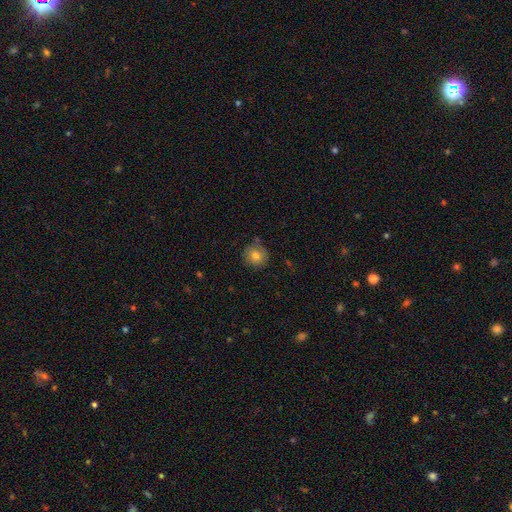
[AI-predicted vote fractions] Smooth or featured? smooth (79%)
How rounded? round (89%)
Merging? none (79%)